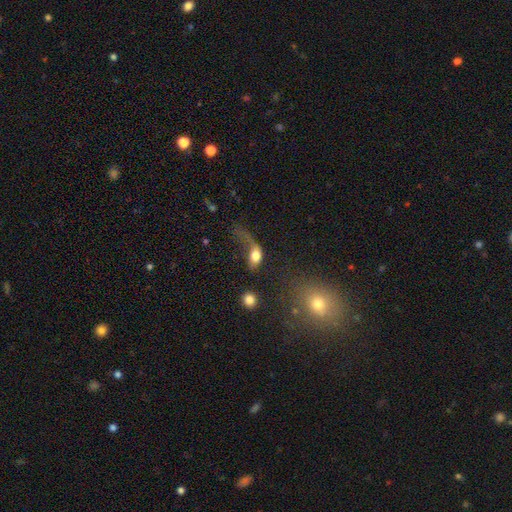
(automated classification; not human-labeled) Morphology: type=smooth (64%); roundness=in between (70%); merging=major disturbance (60%).